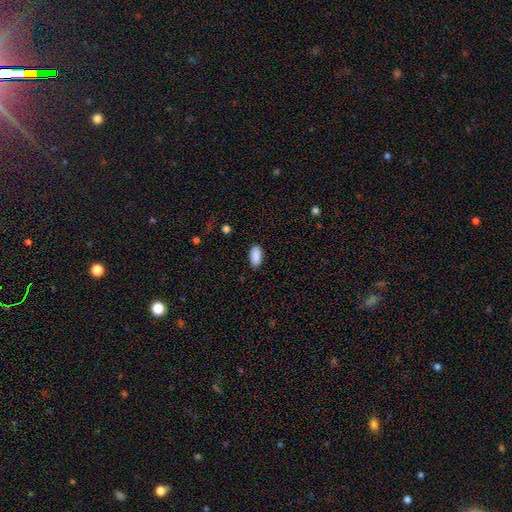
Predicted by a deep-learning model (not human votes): Smooth or featured?
  - smooth: 90% *
  - star or artifact: 7%
  - featured or disk: 3%
How rounded?
  - in between: 92% *
  - cigar-shaped: 6%
  - round: 2%
Merging?
  - none: 87% *
  - minor disturbance: 9%
  - major disturbance: 2%
  - merger: 1%